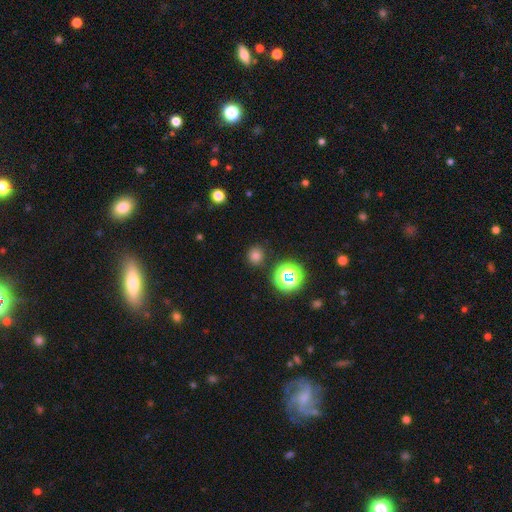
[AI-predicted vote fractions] A smooth galaxy with no disk features (73%) that is round (88%). Merging: none (87%).